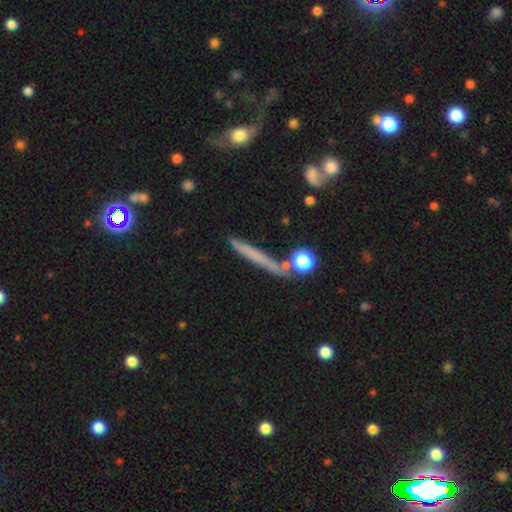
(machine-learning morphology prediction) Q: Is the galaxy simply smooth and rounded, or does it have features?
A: smooth — 50%.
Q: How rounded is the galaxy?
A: cigar-shaped — 91%.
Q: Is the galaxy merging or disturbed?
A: none — 77%.